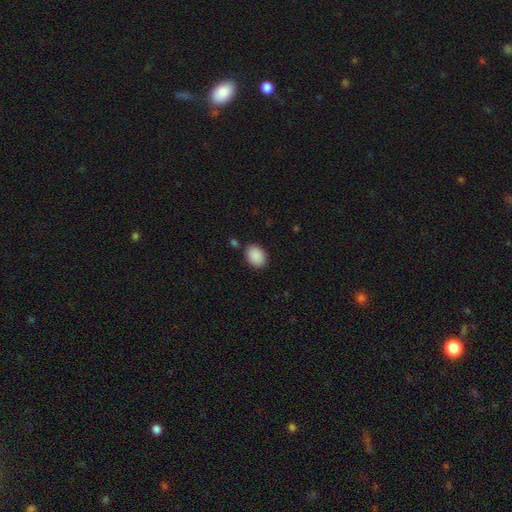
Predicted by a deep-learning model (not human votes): Morphology: type=smooth (90%); roundness=in between (71%); merging=none (83%).